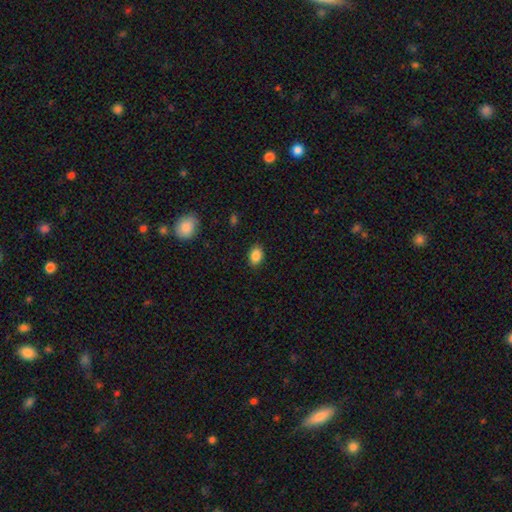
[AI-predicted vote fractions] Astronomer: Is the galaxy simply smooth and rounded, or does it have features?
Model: smooth — 87%.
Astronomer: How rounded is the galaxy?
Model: in between — 81%.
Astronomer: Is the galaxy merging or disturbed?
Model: none — 88%.